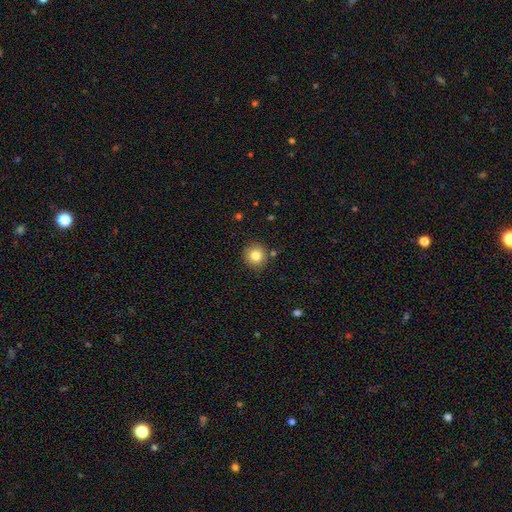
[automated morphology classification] smooth_or_featured: smooth (p=0.82) [alt: star or artifact p=0.11]
how_rounded: round (p=0.93) [alt: in between p=0.06]
merging: none (p=0.87) [alt: minor disturbance p=0.08]